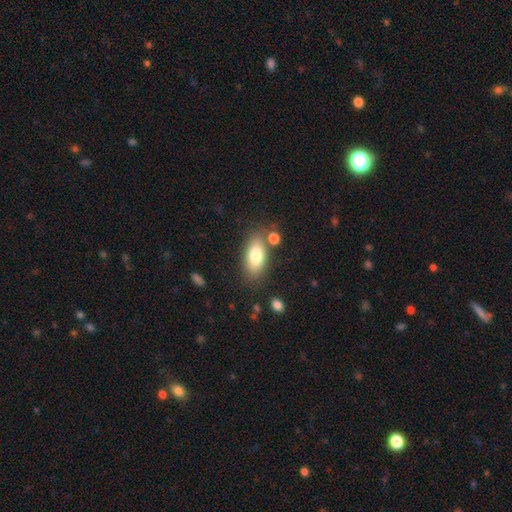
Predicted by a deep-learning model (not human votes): Smooth or featured? smooth (79%)
How rounded? in between (89%)
Merging? none (74%)